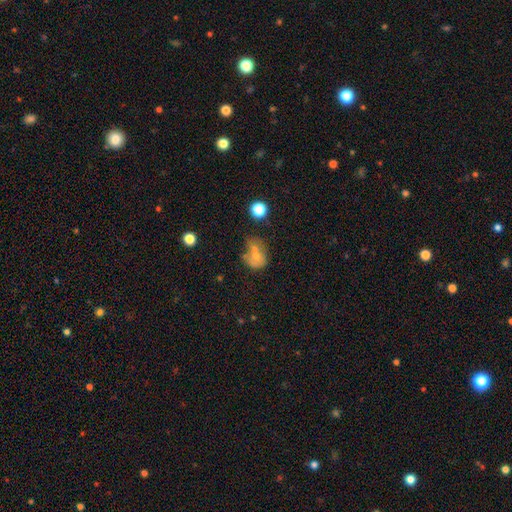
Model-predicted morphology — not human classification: Smooth or featured? smooth (62%)
How rounded? round (55%)
Merging? merger (52%)